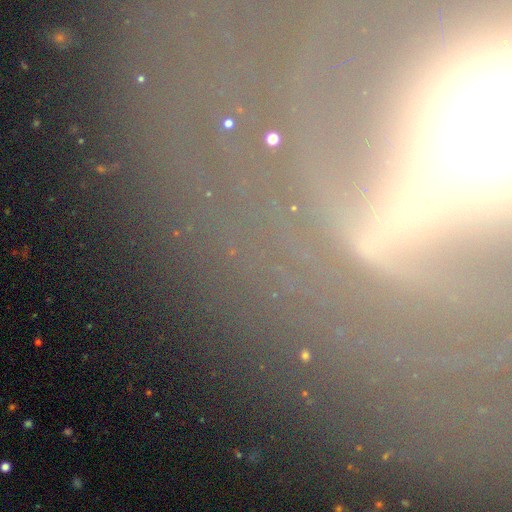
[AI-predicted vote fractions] A featured or disk galaxy (57%).

Vote fractions:
- Smooth or featured? featured or disk: 57% / star or artifact: 27% / smooth: 16%
- Edge-on disk? no: 72% / yes: 28%
- Merging? none: 70% / minor disturbance: 12% / major disturbance: 12% / merger: 6%